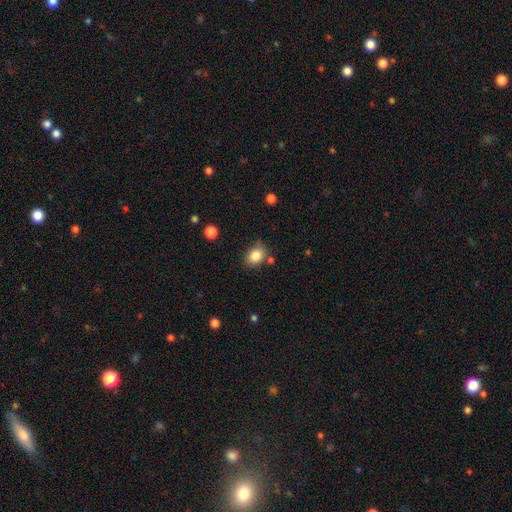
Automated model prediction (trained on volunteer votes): smooth 84%, star or artifact 10%, featured or disk 6%. Down the decision tree: how rounded — in between (53%); merging — none (71%).